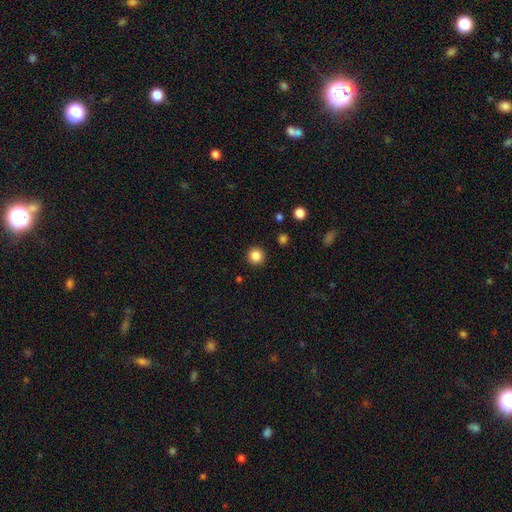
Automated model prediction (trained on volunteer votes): Q: Smooth or featured?
A: smooth (85%); runner-up: star or artifact (11%)
Q: How rounded?
A: round (95%); runner-up: in between (4%)
Q: Merging?
A: none (92%); runner-up: minor disturbance (5%)